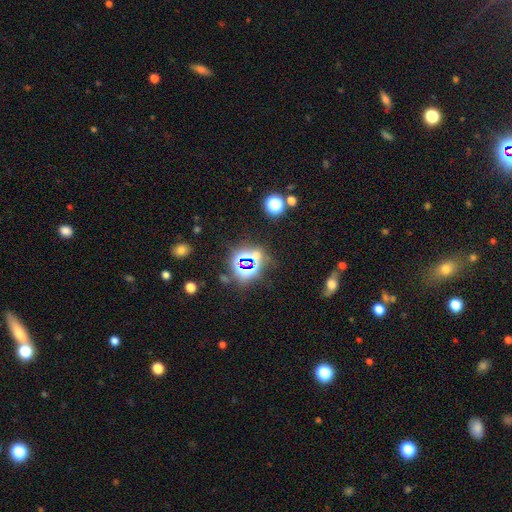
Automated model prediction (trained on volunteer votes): Smooth or featured: star or artifact — 74% (smooth — 17%)